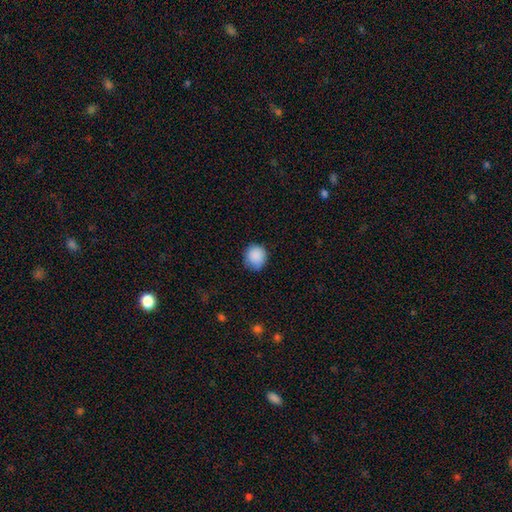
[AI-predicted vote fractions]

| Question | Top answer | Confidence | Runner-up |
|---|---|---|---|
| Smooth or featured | smooth | 89% | star or artifact (8%) |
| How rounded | round | 85% | in between (14%) |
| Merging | none | 77% | minor disturbance (19%) |